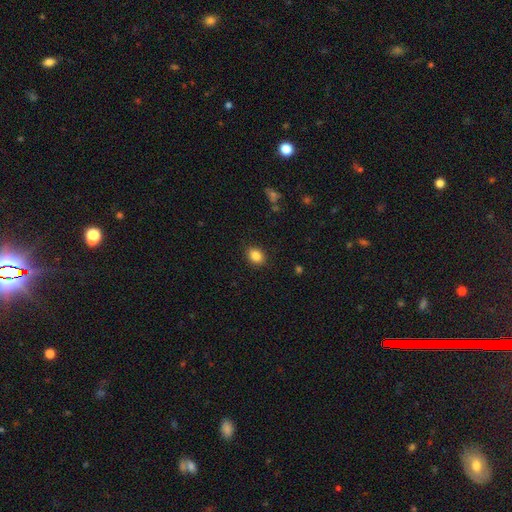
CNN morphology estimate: Smooth or featured? Predicted: smooth (p=0.85). How rounded? Predicted: in between (p=0.55). Merging? Predicted: none (p=0.88).